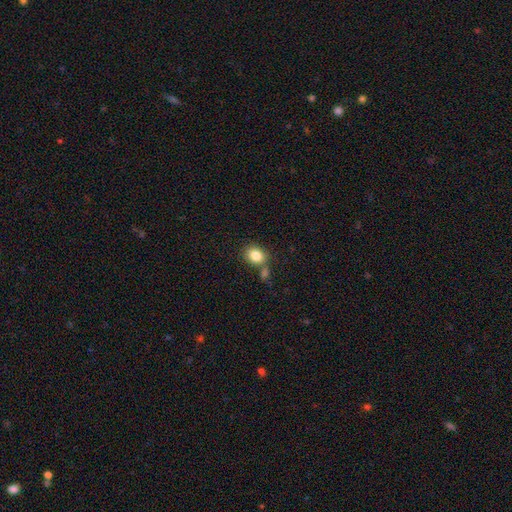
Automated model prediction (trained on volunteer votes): A smooth galaxy with no disk features (84%) that is round (52%). Merging: none (59%).